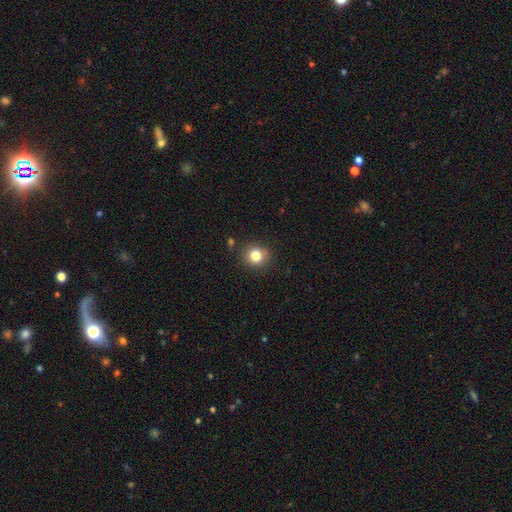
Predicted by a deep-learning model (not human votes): smooth 81%, star or artifact 12%, featured or disk 7%. Down the decision tree: how rounded — round (84%); merging — none (87%).